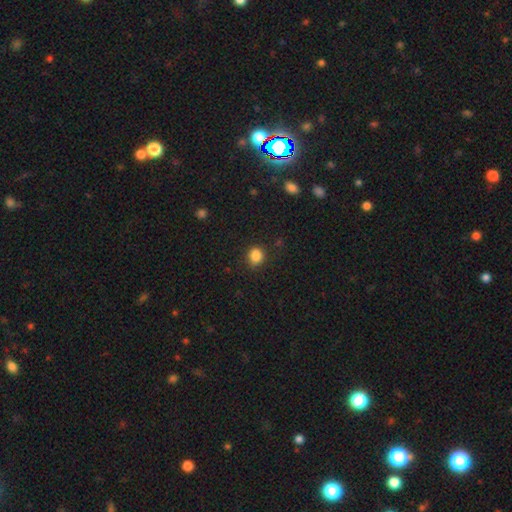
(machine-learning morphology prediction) Overall: smooth (85%). How rounded: round (64%; in between 36%). Merging: none (79%).